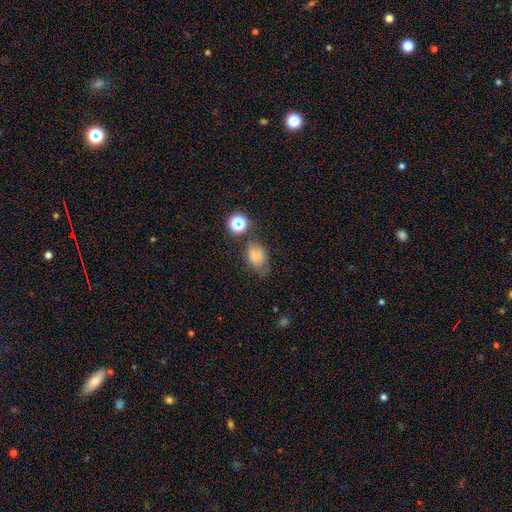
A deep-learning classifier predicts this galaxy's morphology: Smooth or featured?
  - smooth: 72% *
  - star or artifact: 16%
  - featured or disk: 12%
How rounded?
  - in between: 71% *
  - round: 27%
  - cigar-shaped: 1%
Merging?
  - none: 54% *
  - minor disturbance: 27%
  - major disturbance: 10%
  - merger: 8%